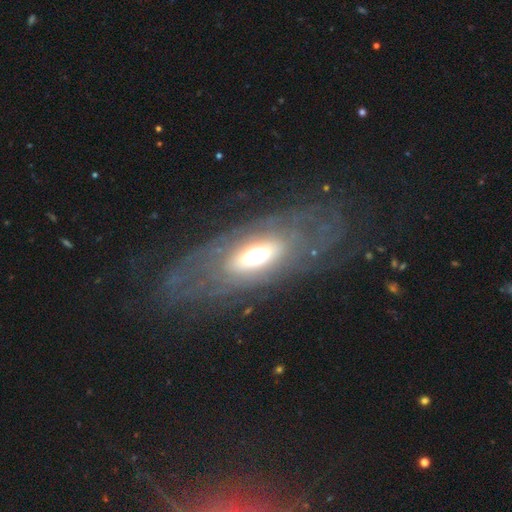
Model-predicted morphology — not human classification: smooth-or-featured: featured or disk: 65% | smooth: 26% | star or artifact: 9%
  disk-edge-on: no: 78% | yes: 22%
    bar: no: 68% | weak: 18% | strong: 14%
    has-spiral-arms: no: 58% | yes: 42%
    bulge-size: moderate: 46% | large: 37% | dominant: 9% | small: 7% | none: 1%
  merging: none: 64% | major disturbance: 18% | minor disturbance: 16% | merger: 2%